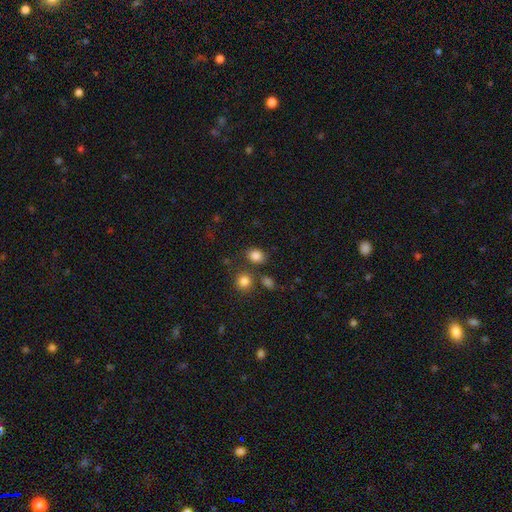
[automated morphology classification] This appears to be a smooth galaxy with no disk features (84%) that is in between round and cigar-shaped (52%). Merging: none (75%).